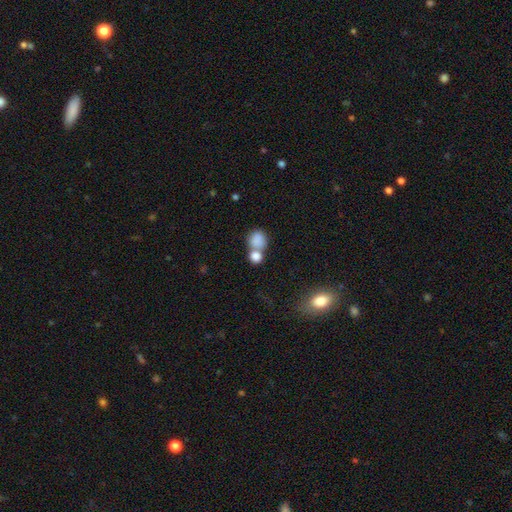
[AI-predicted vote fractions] Smooth or featured? smooth (83%)
How rounded? round (73%)
Merging? merger (55%)